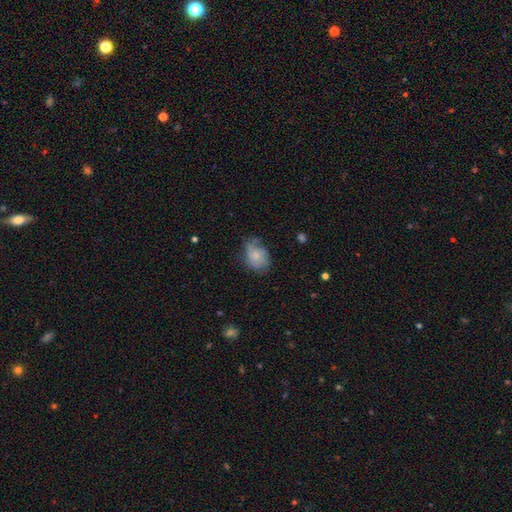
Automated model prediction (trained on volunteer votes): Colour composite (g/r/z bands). It shows a smooth galaxy with no disk features (65%) that is in between round and cigar-shaped (68%). Merging: none (47%).